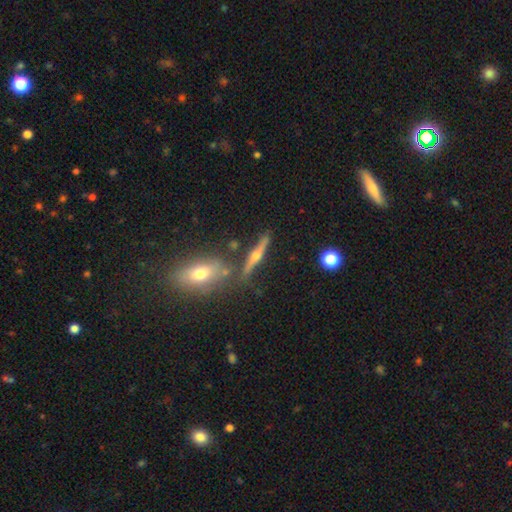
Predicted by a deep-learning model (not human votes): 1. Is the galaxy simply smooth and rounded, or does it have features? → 73% featured or disk, 18% smooth, 9% star or artifact.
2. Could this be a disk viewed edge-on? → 96% yes, 4% no.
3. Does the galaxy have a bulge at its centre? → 95% rounded, 3% none, 3% boxy.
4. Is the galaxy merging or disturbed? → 78% none, 10% minor disturbance, 9% merger, 3% major disturbance.